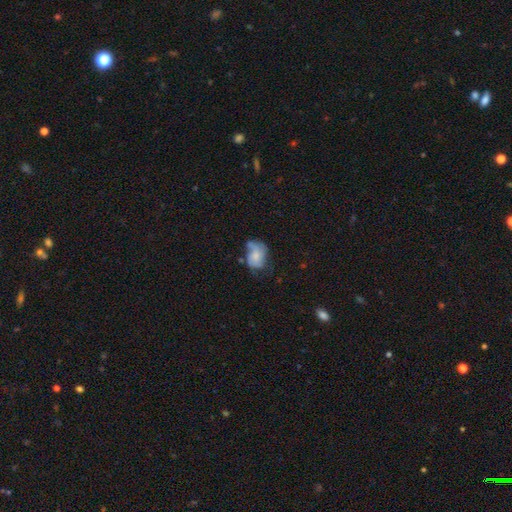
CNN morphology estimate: The model was most divided on "merging": none: 35%, minor disturbance: 32%, major disturbance: 25%, merger: 8%. Remaining: smooth or featured — smooth (48%).